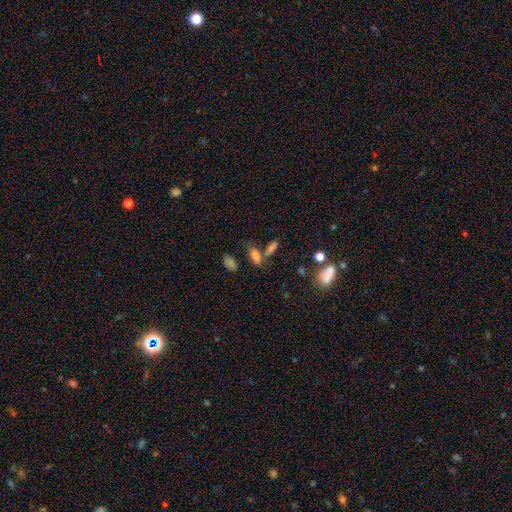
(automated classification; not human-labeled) The model was most divided on "merging": none: 50%, merger: 29%, minor disturbance: 14%, major disturbance: 7%. More confident: smooth or featured — smooth (75%); how rounded — in between (74%).